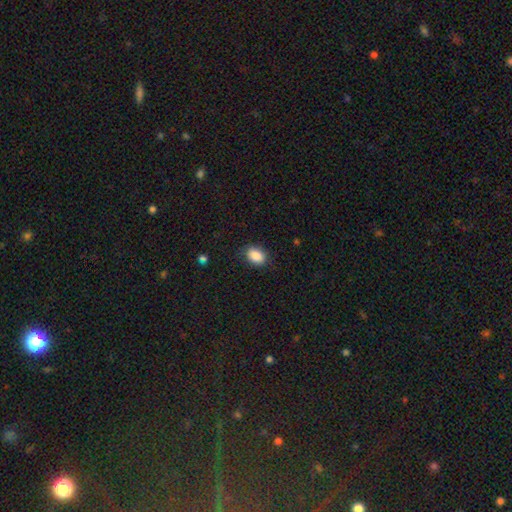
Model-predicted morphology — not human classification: Smooth or featured? smooth (89%)
How rounded? in between (81%)
Merging? none (83%)